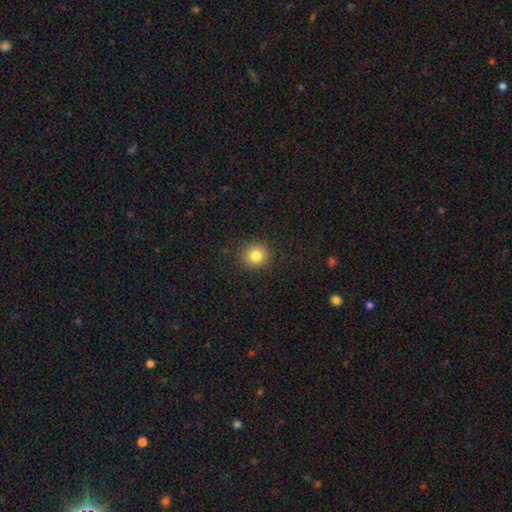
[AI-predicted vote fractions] This appears to be a smooth galaxy with no disk features (83%) that is round (87%). Merging: none (90%).